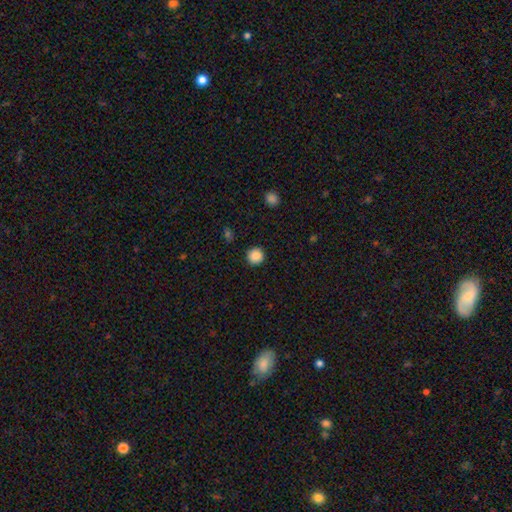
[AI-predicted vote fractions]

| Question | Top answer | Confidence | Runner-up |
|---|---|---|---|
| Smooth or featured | smooth | 87% | star or artifact (10%) |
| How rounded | round | 94% | in between (5%) |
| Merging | none | 90% | minor disturbance (7%) |